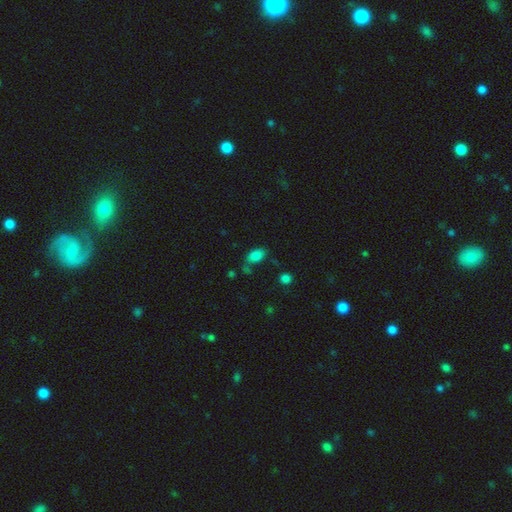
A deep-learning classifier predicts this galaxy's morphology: Smooth or featured? smooth (83%)
How rounded? in between (90%)
Merging? none (66%)